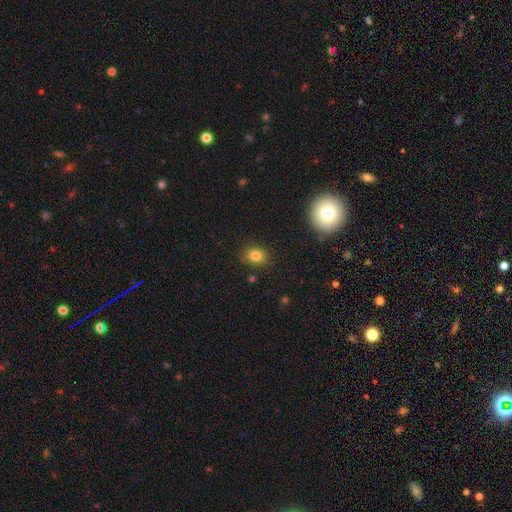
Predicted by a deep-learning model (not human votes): Smooth or featured: smooth — 82% (star or artifact — 12%)
How rounded: round — 53% (in between — 46%)
Merging: none — 84% (minor disturbance — 11%)